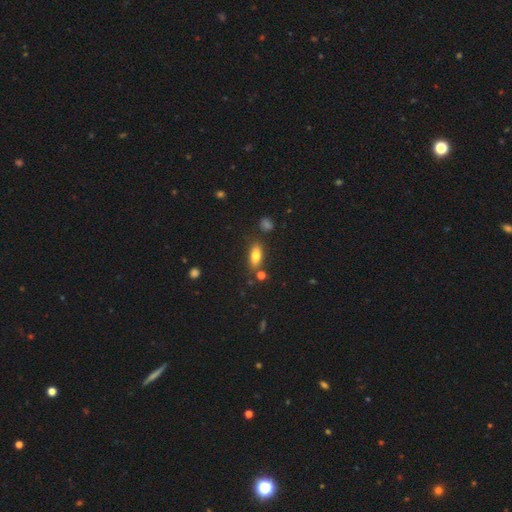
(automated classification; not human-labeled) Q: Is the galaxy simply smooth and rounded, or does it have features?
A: smooth — 77%.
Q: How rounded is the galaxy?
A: in between — 79%.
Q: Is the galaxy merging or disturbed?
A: none — 76%.